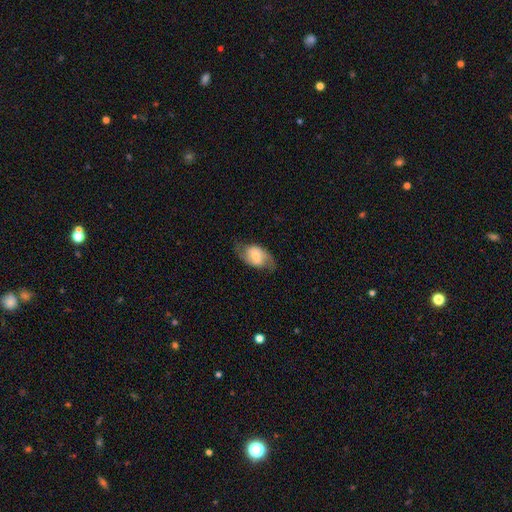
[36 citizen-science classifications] Smooth or featured?
  - featured or disk: 67% *
  - smooth: 31%
  - star or artifact: 3%
Edge-on disk?
  - no: 96% *
  - yes: 4%
Bar?
  - weak: 52% *
  - no: 30%
  - strong: 17%
Spiral arms?
  - yes: 91% *
  - no: 9%
Spiral winding?
  - tight: 38% *
  - medium: 33%
  - loose: 29%
Spiral arm count?
  - 2: 100% *
  - 1: 0%
  - 3: 0%
  - 4: 0%
  - more than 4: 0%
  - can't tell: 0%
Bulge size?
  - moderate: 43% *
  - small: 35%
  - large: 13%
  - dominant: 9%
  - none: 0%
Merging?
  - none: 74% *
  - minor disturbance: 20%
  - major disturbance: 6%
  - merger: 0%